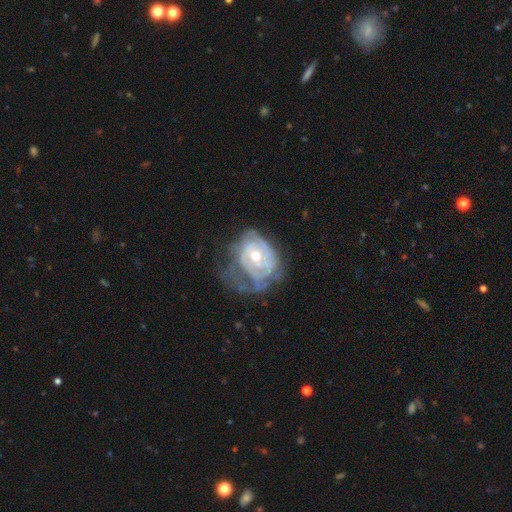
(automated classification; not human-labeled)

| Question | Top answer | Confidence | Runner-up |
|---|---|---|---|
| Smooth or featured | featured or disk | 79% | smooth (14%) |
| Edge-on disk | no | 97% | yes (3%) |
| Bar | no | 72% | weak (22%) |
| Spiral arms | yes | 77% | no (23%) |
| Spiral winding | tight | 65% | medium (25%) |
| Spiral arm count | can't tell | 51% | 2 (22%) |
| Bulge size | moderate | 58% | small (38%) |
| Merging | major disturbance | 39% | none (31%) |